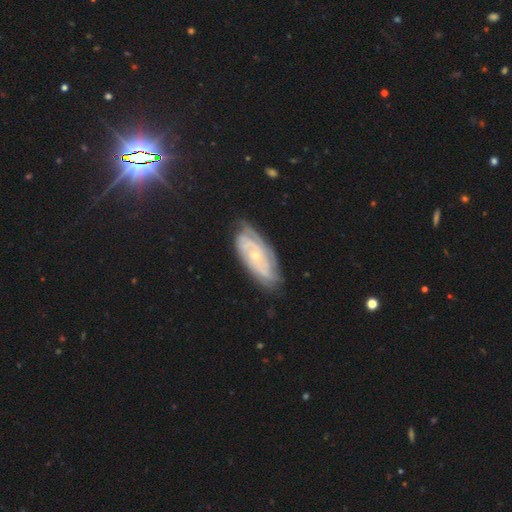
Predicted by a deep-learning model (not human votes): Overall: featured or disk (76%). Edge-on disk: no (90%). Bar: no (76%). Spiral arms: yes (89%). Spiral arm count: can't tell (49%; 2 20%). Spiral winding: tight (68%). Bulge size: small (75%). Merging: none (73%).